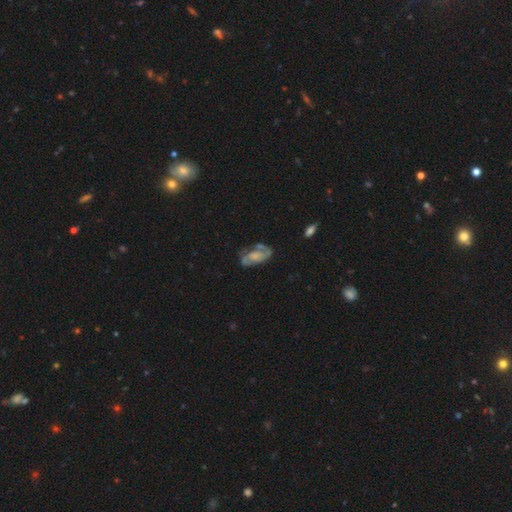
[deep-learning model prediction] This is likely a featured or disk galaxy (70%). It is clearly not viewed edge-on (95%). Bar: likely no (64%). Spiral arm pattern: clearly yes (84%). Spiral arm count: likely 2 (70%). Spiral winding: marginally medium (43%). Central bulge: marginally none (29%, tied with small). Merging: possibly none (58%).